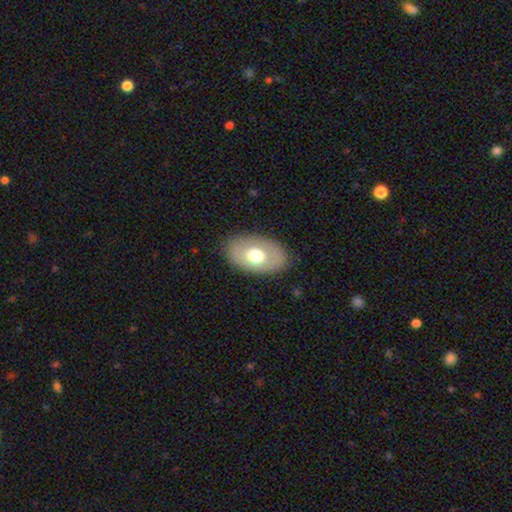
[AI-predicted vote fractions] The model was most divided on "smooth or featured": smooth: 58%, featured or disk: 35%, star or artifact: 6%. More confident: how rounded — in between (87%); merging — none (83%).